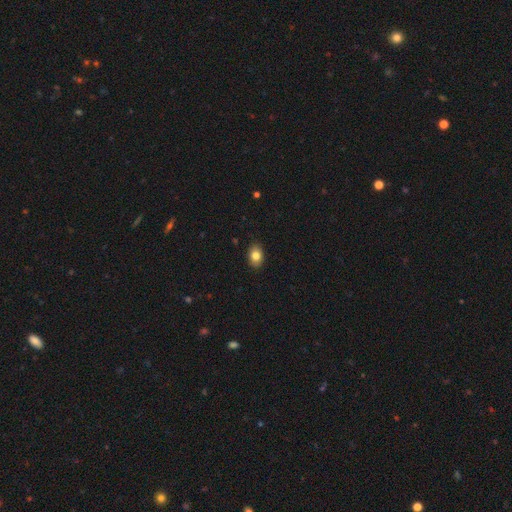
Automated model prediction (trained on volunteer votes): smooth 82%, star or artifact 9%, featured or disk 9%. Down the decision tree: how rounded — in between (78%); merging — none (89%).